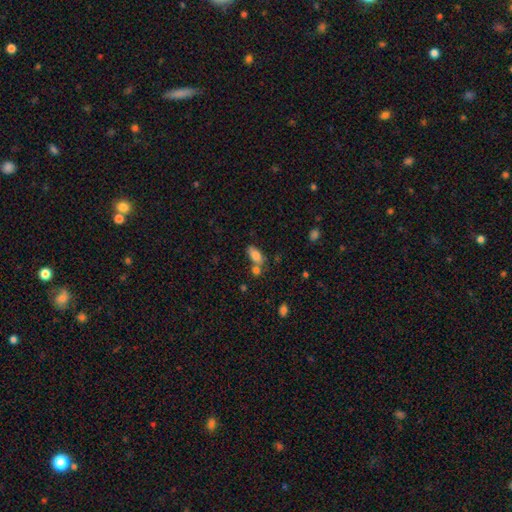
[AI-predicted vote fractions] smooth-or-featured: smooth: 78% | featured or disk: 13% | star or artifact: 9%
  how-rounded: in between: 86% | cigar-shaped: 9% | round: 5%
  merging: none: 46% | merger: 32% | minor disturbance: 15% | major disturbance: 6%